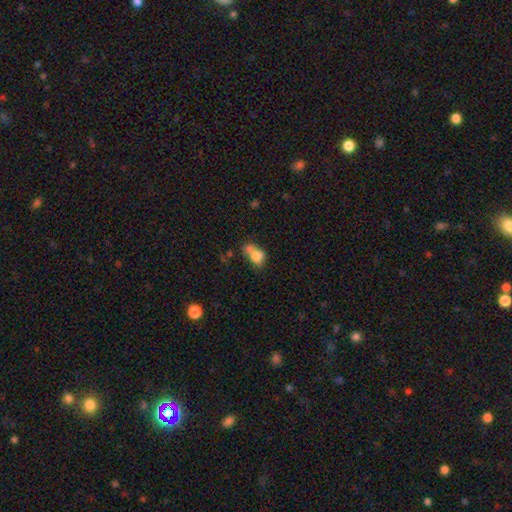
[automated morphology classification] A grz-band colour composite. It shows a smooth galaxy with no disk features (73%) that is in between round and cigar-shaped (62%). Merging: merger (55%).